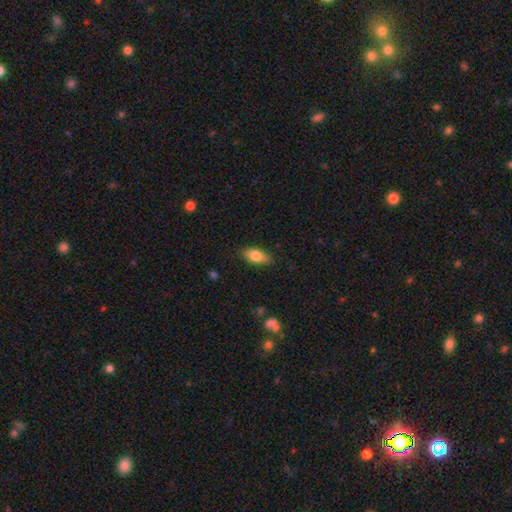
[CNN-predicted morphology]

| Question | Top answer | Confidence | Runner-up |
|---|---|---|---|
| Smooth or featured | smooth | 79% | featured or disk (14%) |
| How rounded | in between | 85% | cigar-shaped (10%) |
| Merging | none | 82% | minor disturbance (14%) |